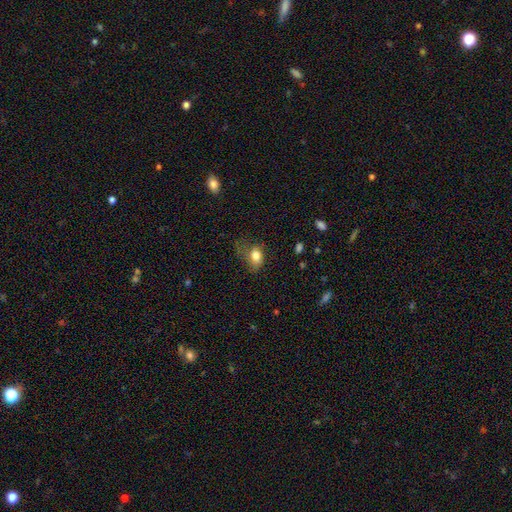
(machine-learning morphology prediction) smooth-or-featured: smooth: 78% | featured or disk: 13% | star or artifact: 9%
  how-rounded: in between: 74% | round: 25% | cigar-shaped: 2%
  merging: none: 38% | major disturbance: 30% | minor disturbance: 30% | merger: 2%